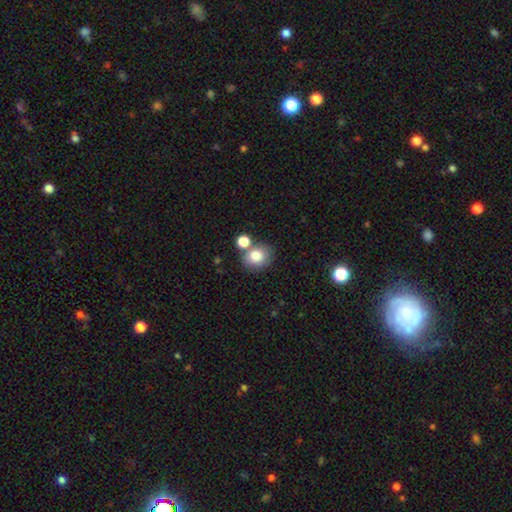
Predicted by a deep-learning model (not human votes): Smooth or featured? Predicted: smooth (p=0.81). How rounded? Predicted: round (p=0.64). Merging? Predicted: none (p=0.59).